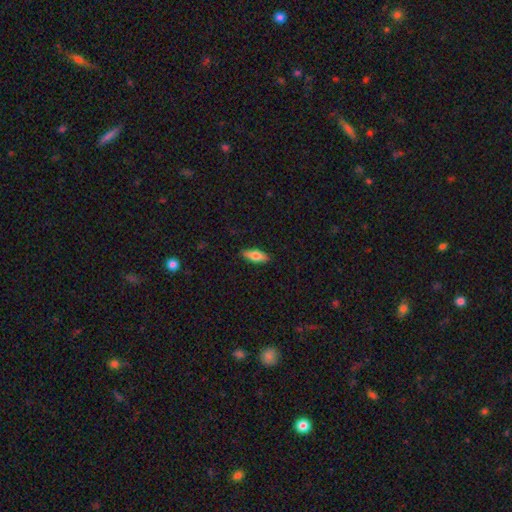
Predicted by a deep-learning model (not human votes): Morphology: type=smooth (76%); roundness=in between (73%); merging=none (88%).